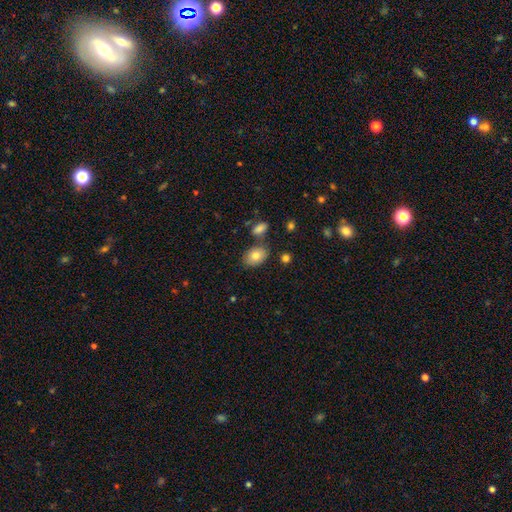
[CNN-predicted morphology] A smooth galaxy with no disk features (79%) that is in between round and cigar-shaped (81%). Merging: none (75%).